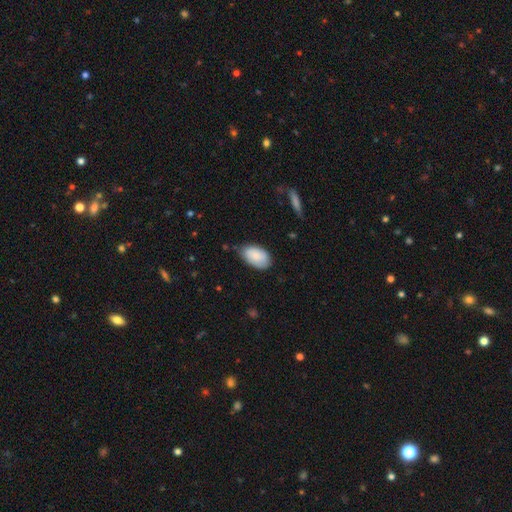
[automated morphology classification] A smooth galaxy with no disk features (83%) that is in between round and cigar-shaped (94%).

Vote fractions:
- Smooth or featured? smooth: 83% / featured or disk: 11% / star or artifact: 6%
- How rounded? in between: 94% / round: 5% / cigar-shaped: 1%
- Merging? none: 68% / minor disturbance: 27% / major disturbance: 4% / merger: 2%